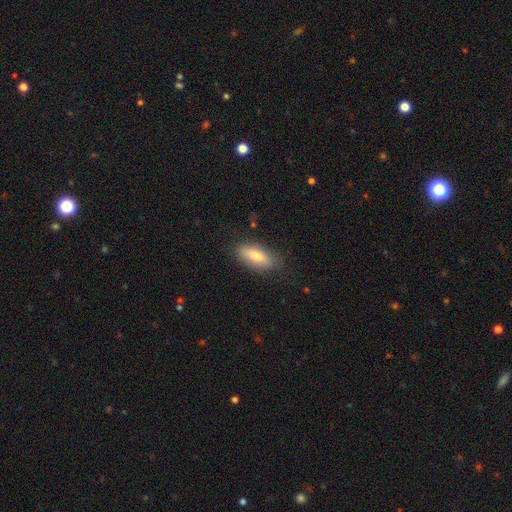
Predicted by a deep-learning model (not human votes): smooth 75%, featured or disk 18%, star or artifact 7%. Down the decision tree: how rounded — in between (78%); merging — none (81%).